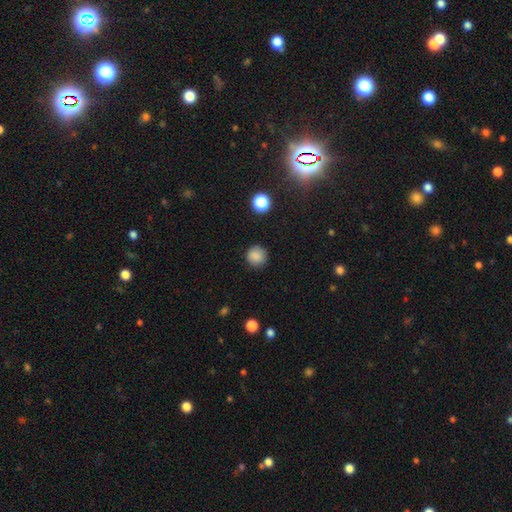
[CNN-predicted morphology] smooth 86%, star or artifact 11%, featured or disk 4%. Down the decision tree: how rounded — round (92%); merging — none (87%).